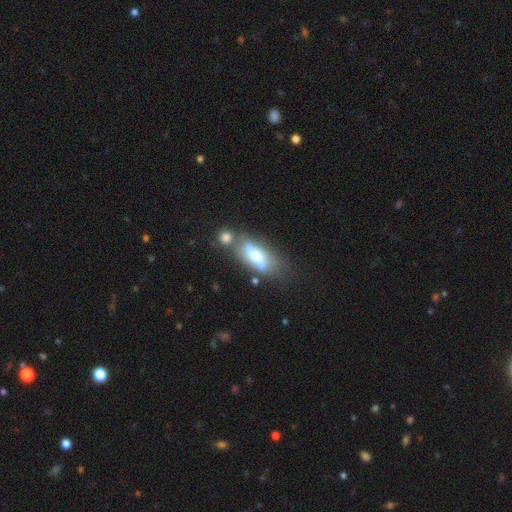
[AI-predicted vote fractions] A smooth galaxy with no disk features (54%) that is in between round and cigar-shaped (69%). Merging: none (42%).